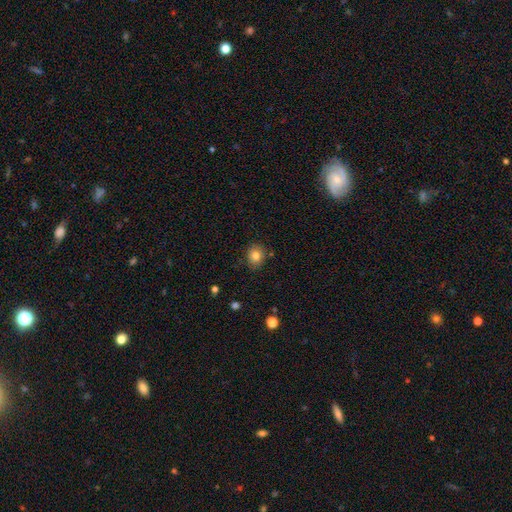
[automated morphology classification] Smooth or featured? smooth (81%)
How rounded? round (72%)
Merging? none (85%)